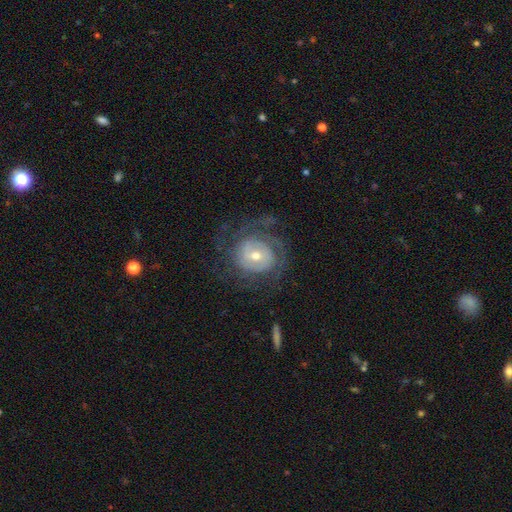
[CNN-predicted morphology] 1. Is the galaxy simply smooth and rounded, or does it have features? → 80% featured or disk, 14% smooth, 6% star or artifact.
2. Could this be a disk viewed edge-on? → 97% no, 3% yes.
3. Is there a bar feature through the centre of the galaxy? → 51% no, 38% weak, 11% strong.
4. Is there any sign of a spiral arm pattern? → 88% yes, 12% no.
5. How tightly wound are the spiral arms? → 60% tight, 28% medium, 12% loose.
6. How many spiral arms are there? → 40% can't tell, 28% 2, 14% 3, 7% 1, 6% 4, 5% more than 4.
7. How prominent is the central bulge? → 55% moderate, 39% small, 4% large, 1% none, 1% dominant.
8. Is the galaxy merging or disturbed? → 64% none, 18% major disturbance, 17% minor disturbance, 1% merger.